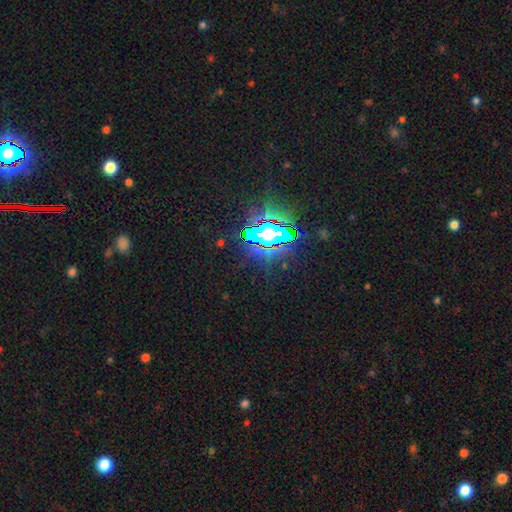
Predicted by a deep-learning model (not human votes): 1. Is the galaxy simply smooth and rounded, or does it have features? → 84% star or artifact, 9% smooth, 7% featured or disk.